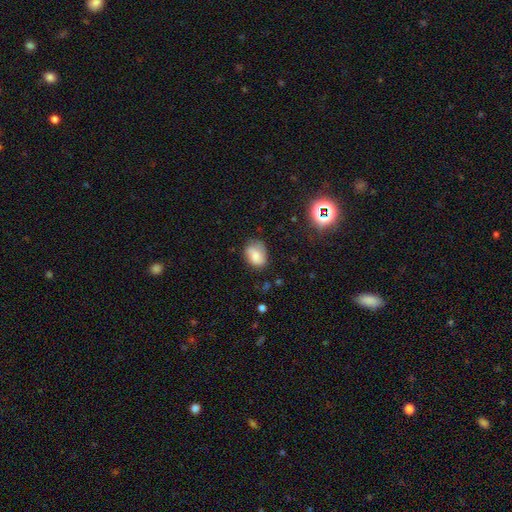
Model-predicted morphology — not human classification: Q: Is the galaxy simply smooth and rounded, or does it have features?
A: smooth — 74%.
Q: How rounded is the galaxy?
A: in between — 69%.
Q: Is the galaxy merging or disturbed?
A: none — 59%.